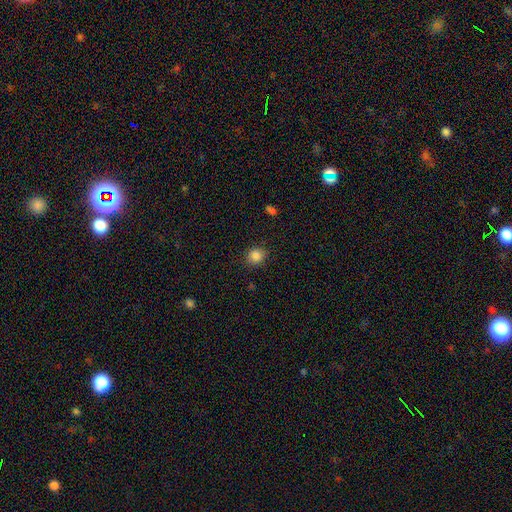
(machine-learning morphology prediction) Q: Smooth or featured?
A: smooth (86%); runner-up: star or artifact (11%)
Q: How rounded?
A: round (82%); runner-up: in between (17%)
Q: Merging?
A: none (87%); runner-up: minor disturbance (9%)